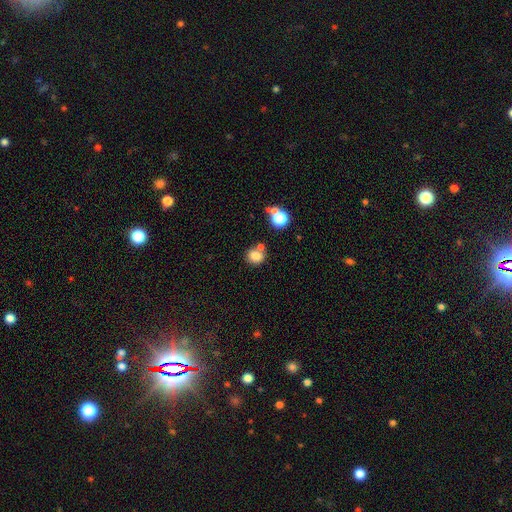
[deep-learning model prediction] Smooth or featured? smooth (78%)
How rounded? round (82%)
Merging? none (65%)